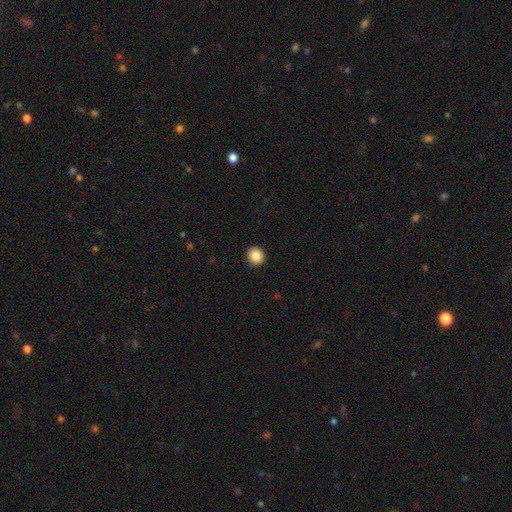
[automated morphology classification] Overall: smooth (87%). How rounded: round (87%). Merging: none (93%).